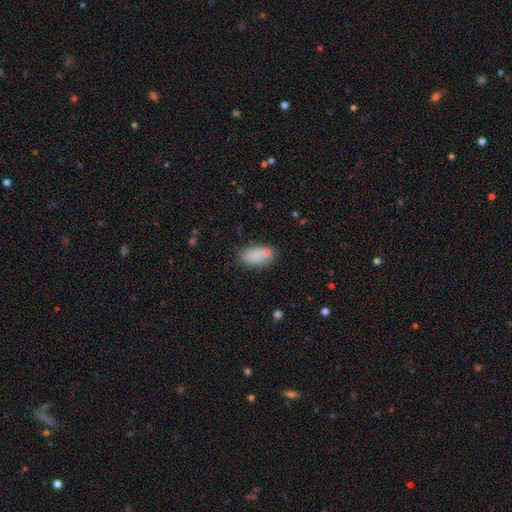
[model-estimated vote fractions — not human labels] Morphology: type=smooth (83%); roundness=in between (91%); merging=none (67%).